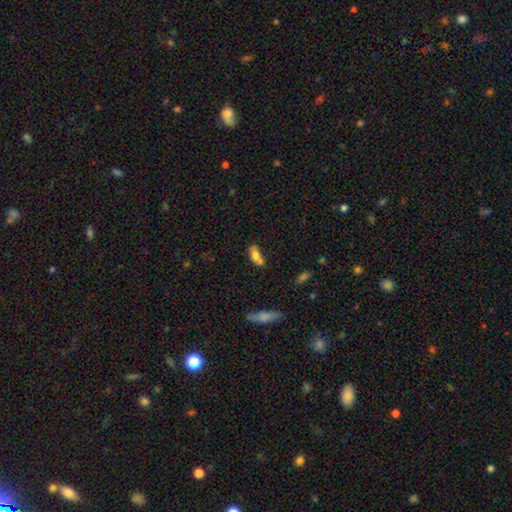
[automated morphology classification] smooth-or-featured: smooth: 72% | featured or disk: 20% | star or artifact: 9%
  how-rounded: in between: 76% | cigar-shaped: 19% | round: 4%
  merging: none: 45% | merger: 26% | minor disturbance: 21% | major disturbance: 7%